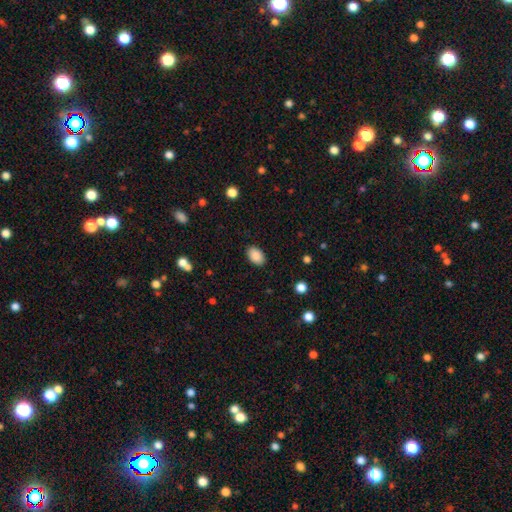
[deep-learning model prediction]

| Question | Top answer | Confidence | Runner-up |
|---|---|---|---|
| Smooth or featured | smooth | 89% | star or artifact (8%) |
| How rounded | in between | 88% | round (11%) |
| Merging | none | 88% | minor disturbance (8%) |